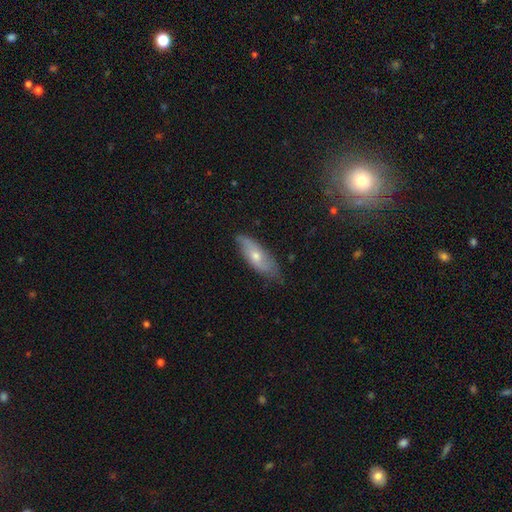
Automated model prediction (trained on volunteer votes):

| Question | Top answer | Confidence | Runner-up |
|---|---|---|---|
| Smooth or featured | featured or disk | 51% | smooth (41%) |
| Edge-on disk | no | 72% | yes (28%) |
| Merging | none | 74% | minor disturbance (21%) |